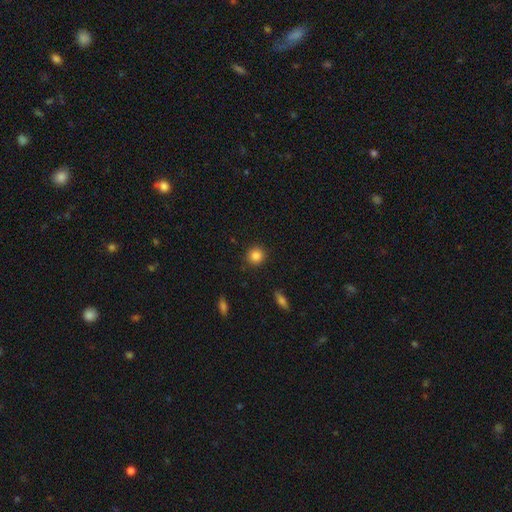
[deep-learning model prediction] smooth_or_featured: smooth (p=0.86) [alt: star or artifact p=0.10]
how_rounded: round (p=0.91) [alt: in between p=0.08]
merging: none (p=0.90) [alt: minor disturbance p=0.06]